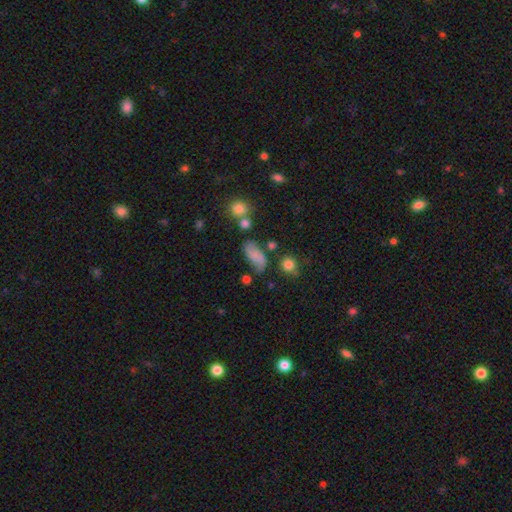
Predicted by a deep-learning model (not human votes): Q: Smooth or featured?
A: smooth (61%); runner-up: featured or disk (27%)
Q: How rounded?
A: in between (85%); runner-up: cigar-shaped (8%)
Q: Merging?
A: none (48%); runner-up: minor disturbance (28%)